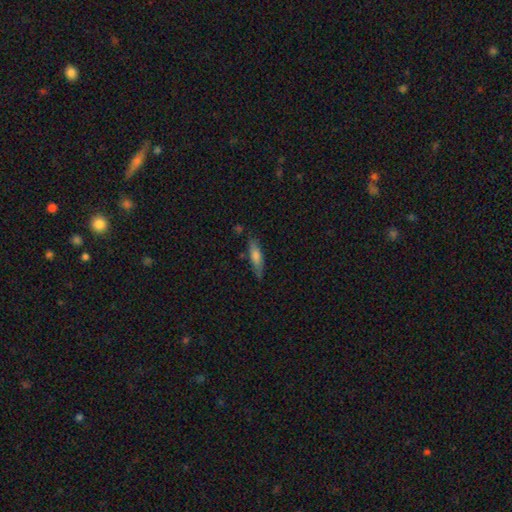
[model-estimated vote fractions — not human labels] A smooth galaxy with no disk features (59%) that is cigar-shaped (72%). Merging: none (80%).